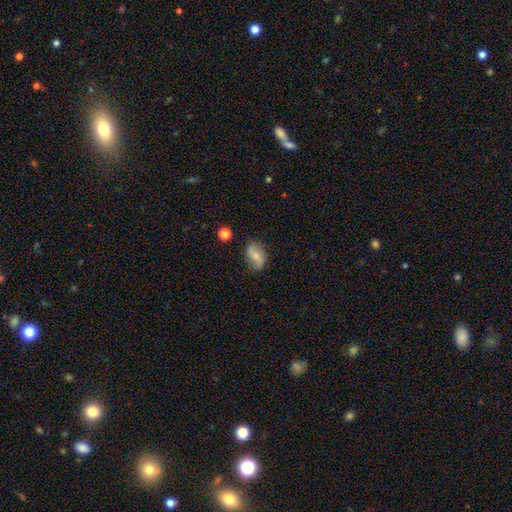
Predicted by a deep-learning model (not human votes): This appears to be a smooth galaxy with no disk features (55%) that is in between round and cigar-shaped (83%). Merging: none (75%).